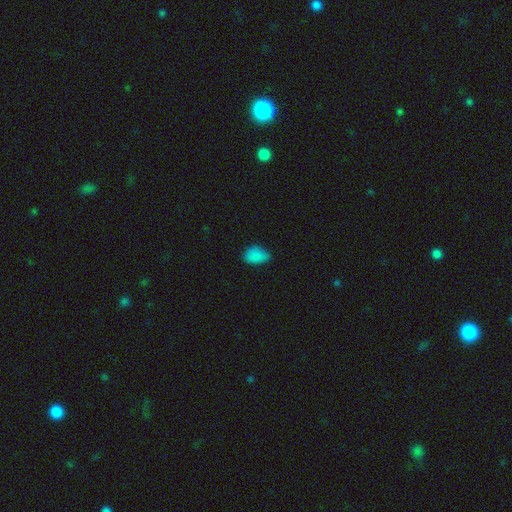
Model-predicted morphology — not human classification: A smooth galaxy with no disk features (83%) that is in between round and cigar-shaped (87%).

Vote fractions:
- Smooth or featured? smooth: 83% / star or artifact: 13% / featured or disk: 5%
- How rounded? in between: 87% / round: 11% / cigar-shaped: 2%
- Merging? none: 59% / minor disturbance: 31% / major disturbance: 7% / merger: 2%